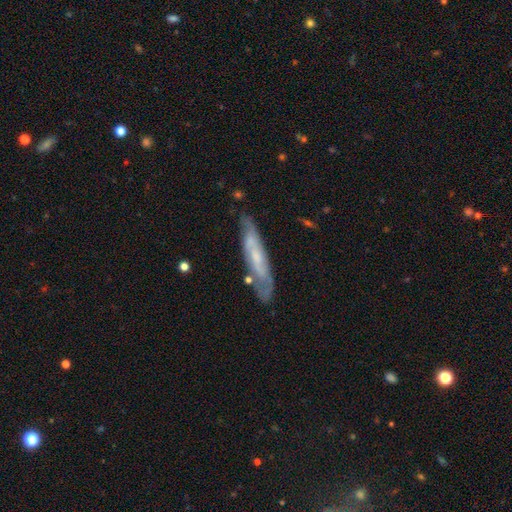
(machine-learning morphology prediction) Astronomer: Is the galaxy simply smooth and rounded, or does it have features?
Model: featured or disk — 63%.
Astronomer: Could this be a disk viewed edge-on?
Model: no — 53% (runner-up: yes, 47%).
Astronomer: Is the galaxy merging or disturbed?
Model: none — 67%.